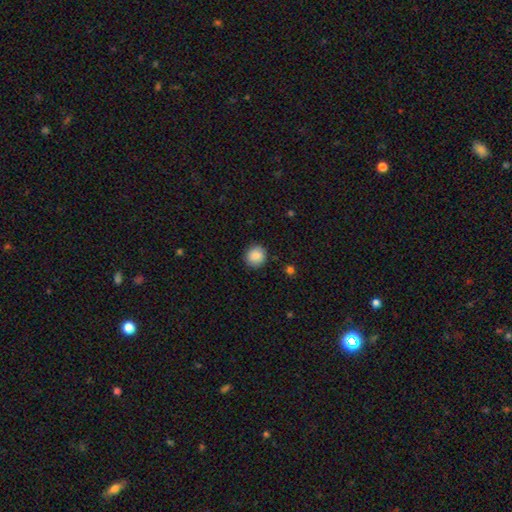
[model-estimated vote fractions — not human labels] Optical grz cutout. It shows a smooth galaxy with no disk features (88%) that is round (87%). Merging: none (90%).